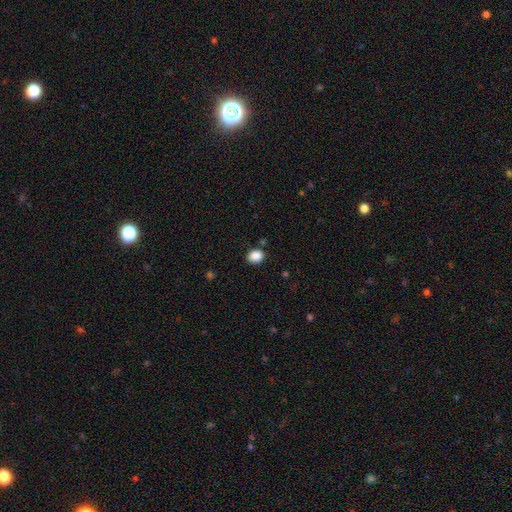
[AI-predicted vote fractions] Smooth or featured?
  - smooth: 88% *
  - star or artifact: 9%
  - featured or disk: 3%
How rounded?
  - round: 52% *
  - in between: 47%
  - cigar-shaped: 1%
Merging?
  - none: 84% *
  - minor disturbance: 10%
  - merger: 3%
  - major disturbance: 3%